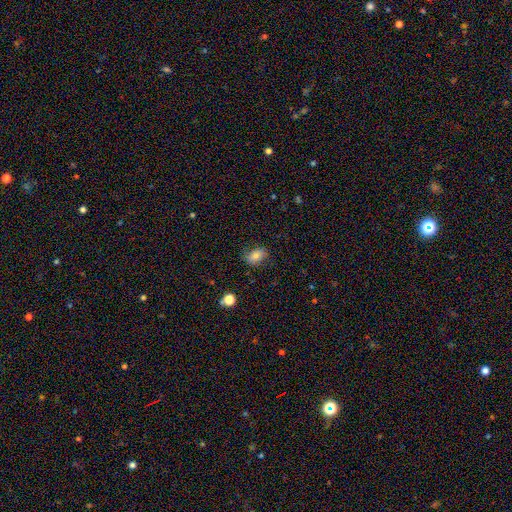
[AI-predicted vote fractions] This is likely a smooth galaxy (75%). How rounded: clearly in between (83%). Merging: likely none (77%).